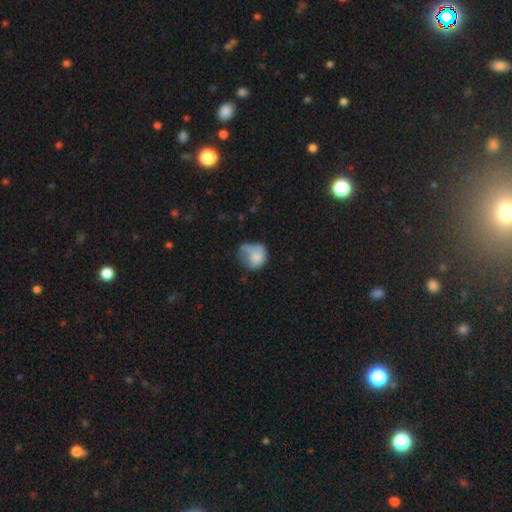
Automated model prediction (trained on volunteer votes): Smooth or featured: smooth — 71% (featured or disk — 20%)
How rounded: round — 61% (in between — 37%)
Merging: major disturbance — 32% (minor disturbance — 31%)